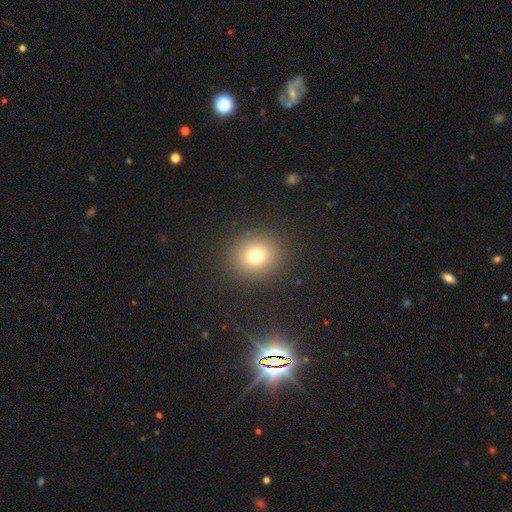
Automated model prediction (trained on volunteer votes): Smooth or featured? Predicted: smooth (p=0.75). How rounded? Predicted: round (p=0.81). Merging? Predicted: none (p=0.89).